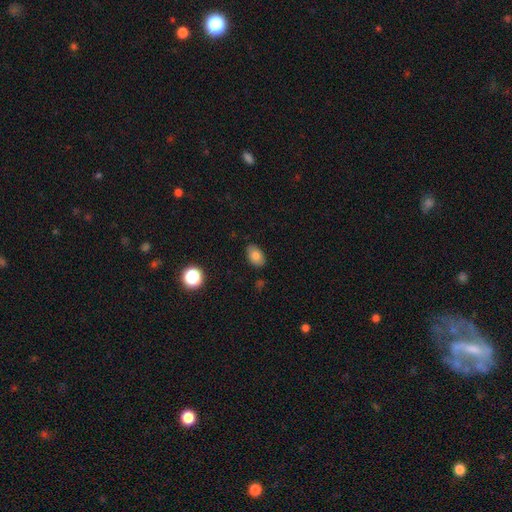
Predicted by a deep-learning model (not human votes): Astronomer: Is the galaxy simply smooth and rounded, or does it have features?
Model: smooth — 79%.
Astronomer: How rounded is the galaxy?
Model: in between — 87%.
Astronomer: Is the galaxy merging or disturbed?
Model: none — 84%.